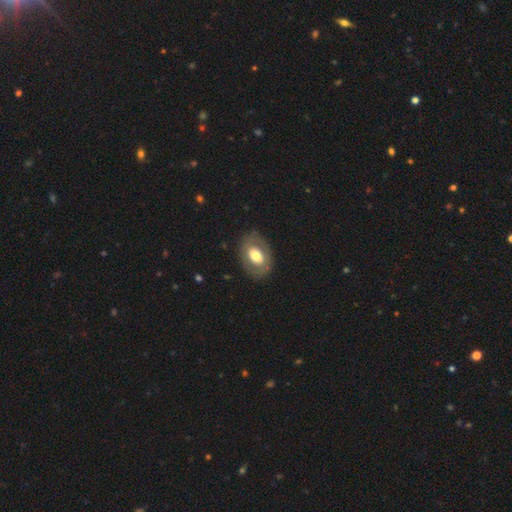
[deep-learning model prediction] smooth-or-featured: smooth: 54% | featured or disk: 40% | star or artifact: 6%
  how-rounded: in between: 76% | round: 23% | cigar-shaped: 1%
  merging: none: 81% | minor disturbance: 12% | major disturbance: 6% | merger: 1%